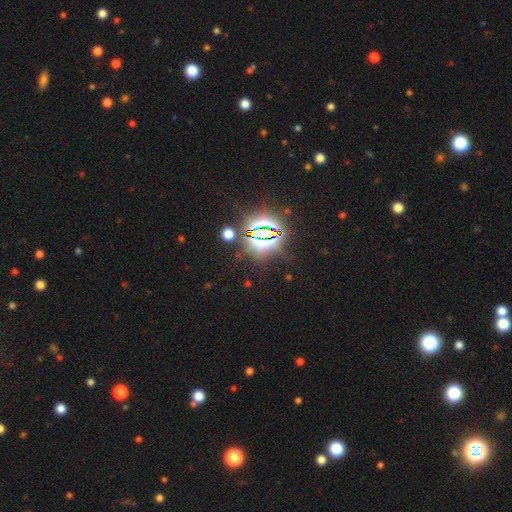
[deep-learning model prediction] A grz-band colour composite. It shows a star or artifact, not a galaxy (84%).